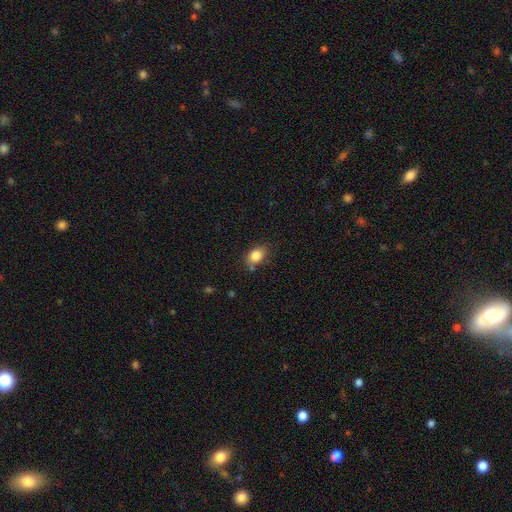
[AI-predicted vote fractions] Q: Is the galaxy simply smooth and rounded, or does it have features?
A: smooth — 84%.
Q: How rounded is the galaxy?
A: in between — 66%.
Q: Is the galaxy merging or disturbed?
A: none — 74%.